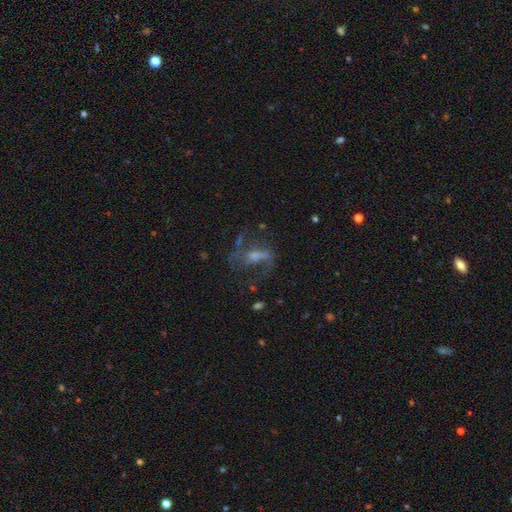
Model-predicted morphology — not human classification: The model was most divided on "bar": weak: 38%, no: 36%, strong: 26%. Remaining: edge-on disk — no (90%); spiral arms — yes (66%); smooth or featured — featured or disk (66%); merging — none (43%); bulge size — small (41%).